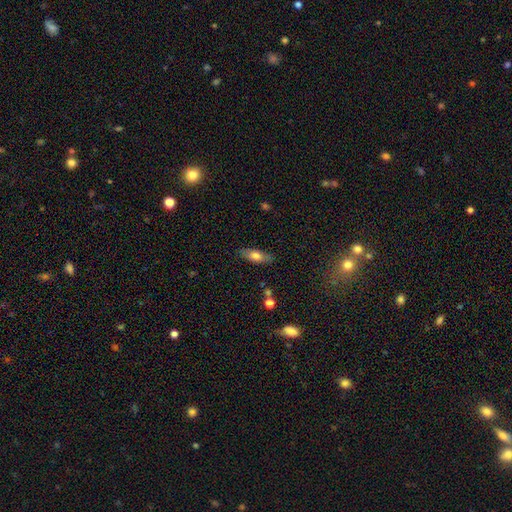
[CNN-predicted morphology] This is likely a smooth galaxy (70%). How rounded: likely in between (71%). Merging: clearly none (84%).